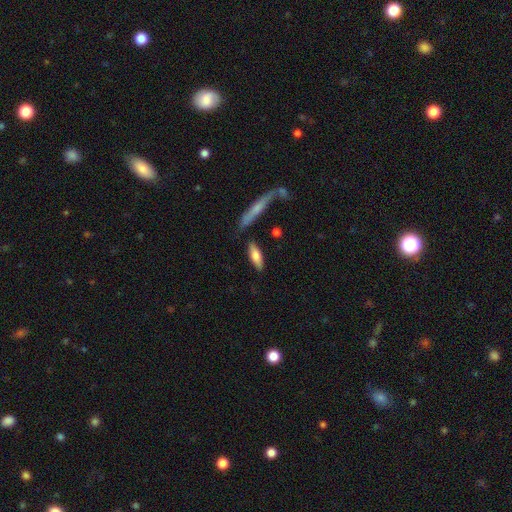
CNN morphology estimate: Smooth or featured? smooth (72%)
How rounded? in between (53%)
Merging? none (80%)